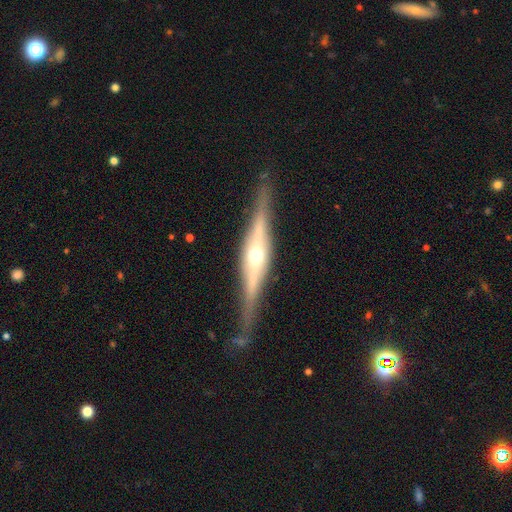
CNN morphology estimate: Smooth or featured? Predicted: featured or disk (p=0.81). Edge-on disk? Predicted: yes (p=0.97). Edge-on bulge? Predicted: rounded (p=0.90). Merging? Predicted: none (p=0.84).